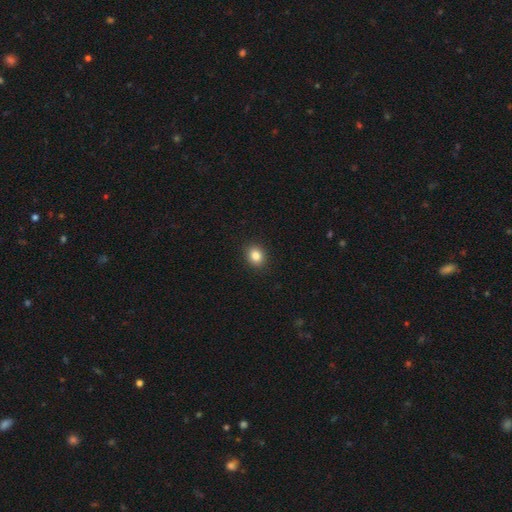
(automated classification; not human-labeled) This is clearly a smooth galaxy (84%). How rounded: likely round (64%). Merging: clearly none (91%).